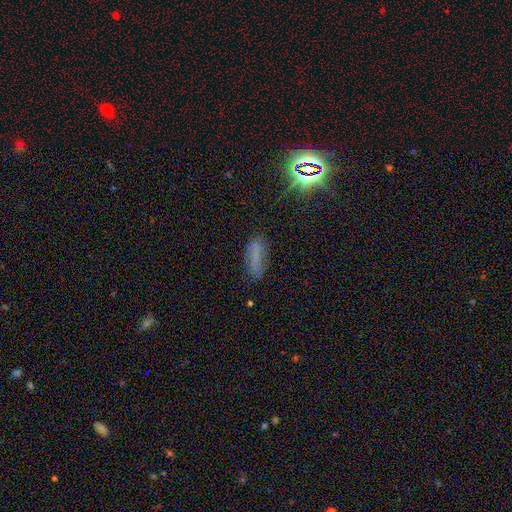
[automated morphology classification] Smooth or featured? Predicted: smooth (p=0.57). How rounded? Predicted: cigar-shaped (p=0.54). Merging? Predicted: none (p=0.67).